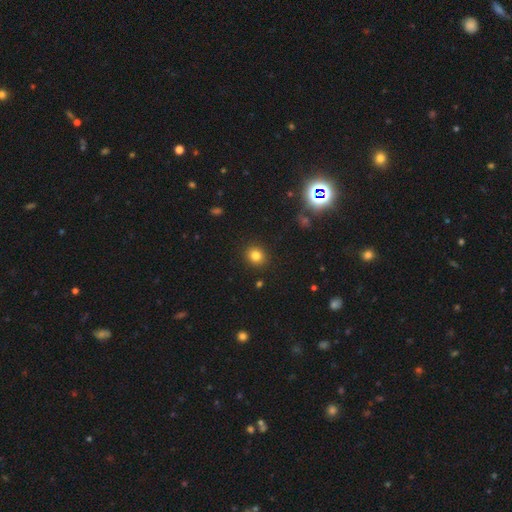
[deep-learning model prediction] This is clearly a smooth galaxy (81%). How rounded: likely round (80%). Merging: clearly none (91%).